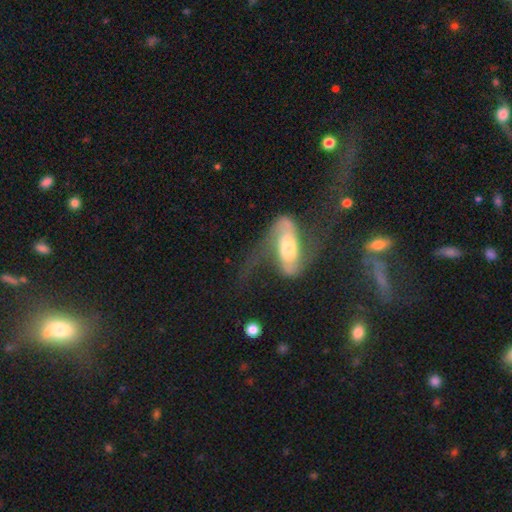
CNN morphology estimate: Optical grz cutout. It shows a featured or disk galaxy (79%) with a strong bar (36%), 2 (86%) loose (69%) spiral arms (89%) and a moderate central bulge (57%). Merging: none (42%).